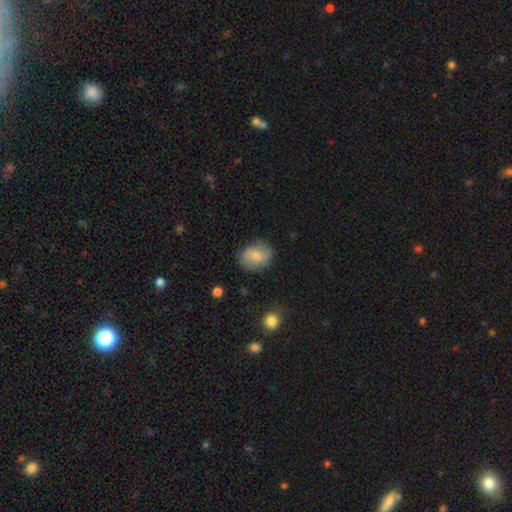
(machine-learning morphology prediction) This is likely a smooth galaxy (67%). How rounded: possibly round (57%). Merging: likely none (78%).